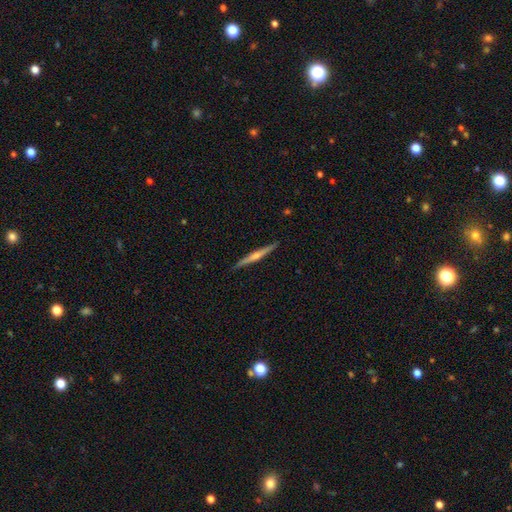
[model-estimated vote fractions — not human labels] This appears to be a featured or disk galaxy (75%) viewed edge-on (98%) with a rounded central bulge (78%). Merging: none (91%).